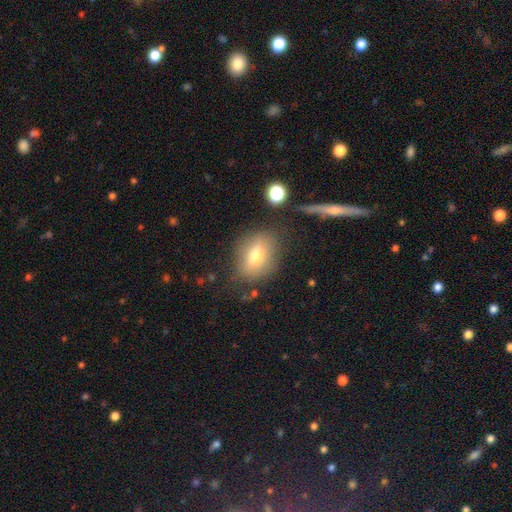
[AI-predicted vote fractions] Morphology: type=smooth (66%); roundness=in between (67%); merging=none (72%).